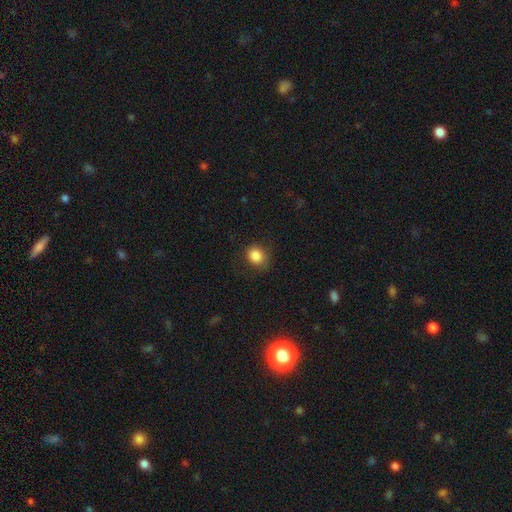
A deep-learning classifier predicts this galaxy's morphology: Smooth or featured?
  - smooth: 86% *
  - star or artifact: 9%
  - featured or disk: 5%
How rounded?
  - round: 71% *
  - in between: 28%
  - cigar-shaped: 1%
Merging?
  - none: 75% *
  - minor disturbance: 17%
  - major disturbance: 7%
  - merger: 1%